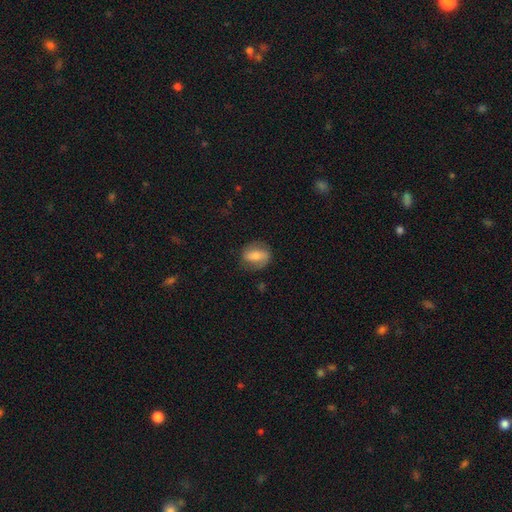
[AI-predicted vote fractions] A featured or disk galaxy (49%).

Vote fractions:
- Smooth or featured? featured or disk: 49% / smooth: 44% / star or artifact: 7%
- Merging? none: 75% / minor disturbance: 17% / major disturbance: 7% / merger: 1%